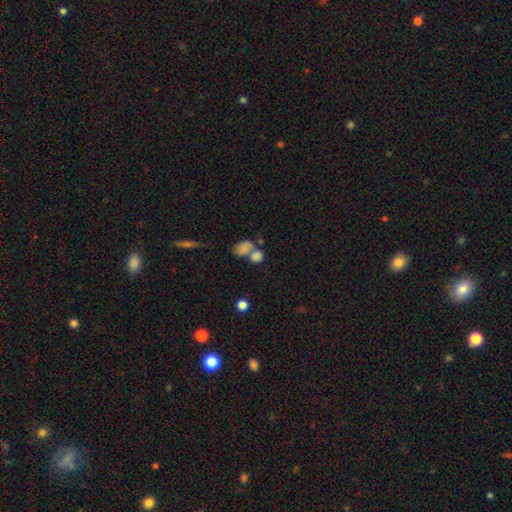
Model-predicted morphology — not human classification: Q: Smooth or featured?
A: smooth (77%); runner-up: featured or disk (12%)
Q: How rounded?
A: in between (61%); runner-up: round (37%)
Q: Merging?
A: merger (55%); runner-up: none (29%)